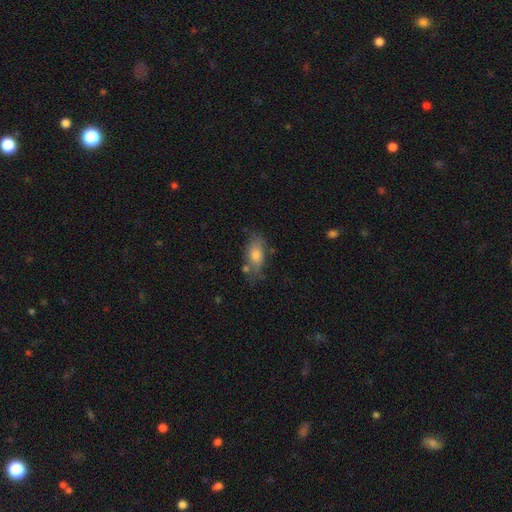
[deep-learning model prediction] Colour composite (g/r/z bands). It shows a smooth galaxy with no disk features (73%) that is in between round and cigar-shaped (85%). Merging: none (58%).